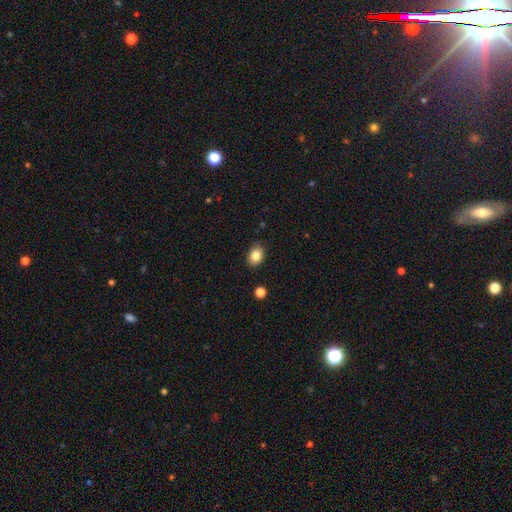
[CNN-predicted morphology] smooth 85%, star or artifact 9%, featured or disk 6%. Down the decision tree: how rounded — in between (68%); merging — none (86%).